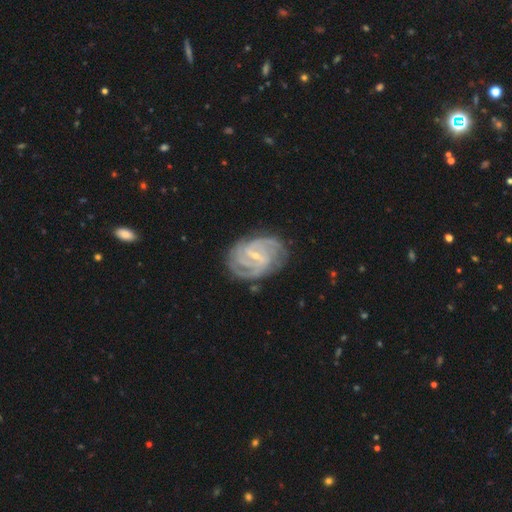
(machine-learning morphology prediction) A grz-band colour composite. It shows a featured or disk galaxy (90%) with a weak bar (51%), 3 (26%, tied with 2) tight (57%) spiral arms (98%) and a small central bulge (75%). Merging: none (77%).